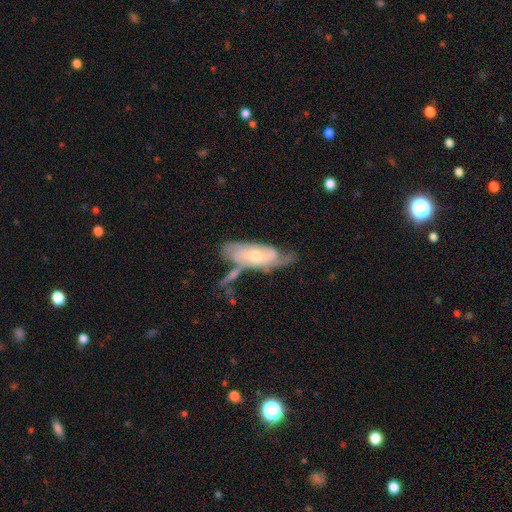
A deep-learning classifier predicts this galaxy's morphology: Smooth or featured: featured or disk — 68% (smooth — 25%)
Edge-on disk: no — 85% (yes — 15%)
Bar: no — 72% (weak — 22%)
Spiral arms: yes — 80% (no — 20%)
Bulge size: moderate — 49% (small — 47%)
Merging: none — 44% (minor disturbance — 24%)